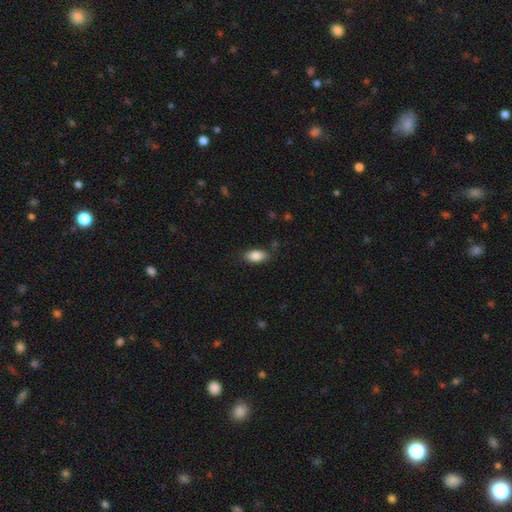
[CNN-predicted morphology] smooth 85%, featured or disk 8%, star or artifact 7%. Down the decision tree: how rounded — in between (89%); merging — none (83%).